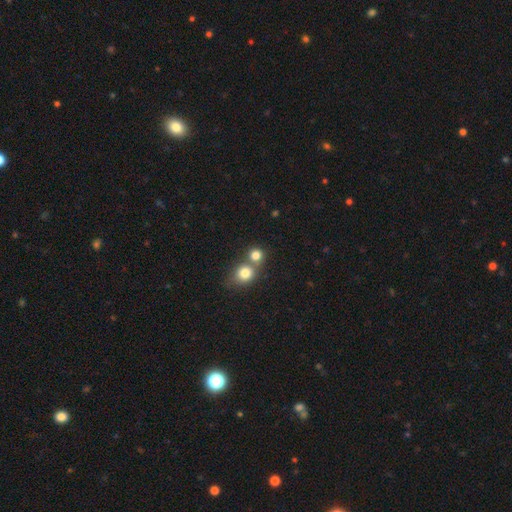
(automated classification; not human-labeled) Q: Smooth or featured?
A: smooth (79%); runner-up: star or artifact (12%)
Q: How rounded?
A: round (83%); runner-up: in between (16%)
Q: Merging?
A: merger (46%); runner-up: none (45%)